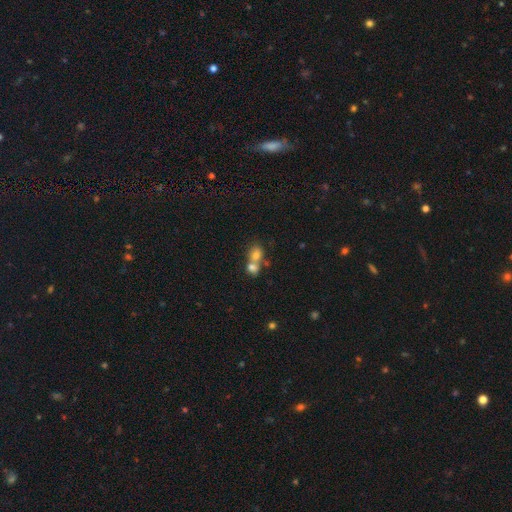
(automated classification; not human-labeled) smooth_or_featured: smooth (p=0.74) [alt: featured or disk p=0.14]
how_rounded: round (p=0.60) [alt: in between p=0.39]
merging: merger (p=0.63) [alt: none p=0.28]